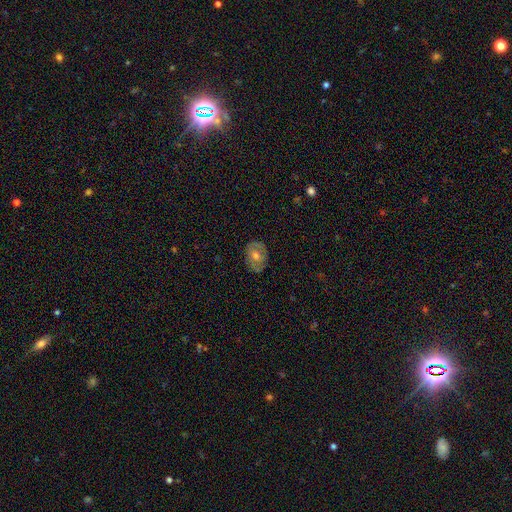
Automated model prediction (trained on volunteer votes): featured or disk 55%, smooth 37%, star or artifact 8%. Down the decision tree: edge-on disk — no (95%); bar — no (75%); spiral arms — no (59%); bulge size — moderate (72%); merging — none (80%).